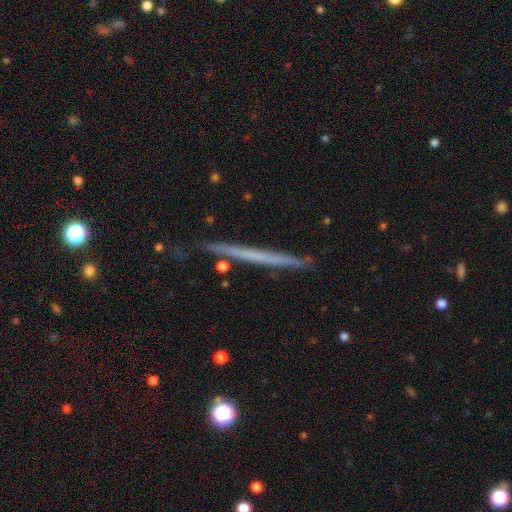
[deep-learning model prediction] smooth_or_featured: featured or disk (p=0.54) [alt: smooth p=0.39]
disk_edge_on: yes (p=0.97) [alt: no p=0.03]
edge_on_bulge: none (p=0.92) [alt: rounded p=0.05]
merging: none (p=0.87) [alt: minor disturbance p=0.09]